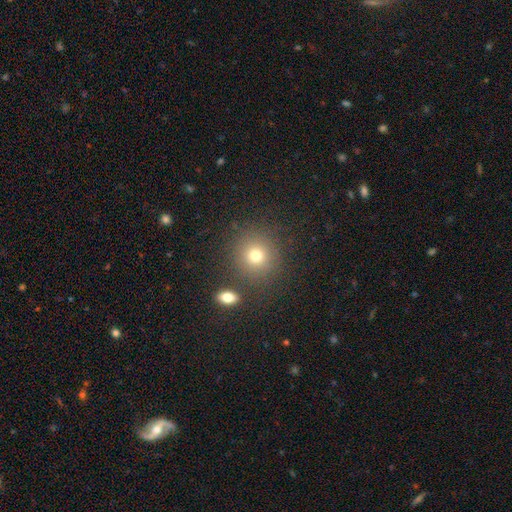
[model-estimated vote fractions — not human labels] Smooth or featured?
  - smooth: 74% *
  - star or artifact: 16%
  - featured or disk: 10%
How rounded?
  - round: 90% *
  - in between: 9%
  - cigar-shaped: 1%
Merging?
  - none: 83% *
  - minor disturbance: 8%
  - merger: 5%
  - major disturbance: 4%